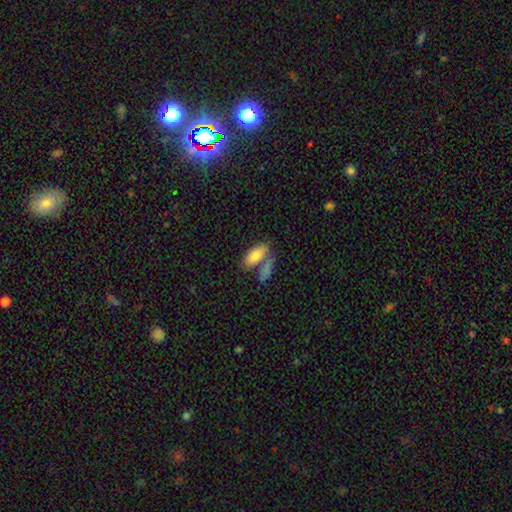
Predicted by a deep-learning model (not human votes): Smooth or featured: smooth — 78% (featured or disk — 16%)
How rounded: in between — 86% (cigar-shaped — 11%)
Merging: none — 48% (merger — 33%)